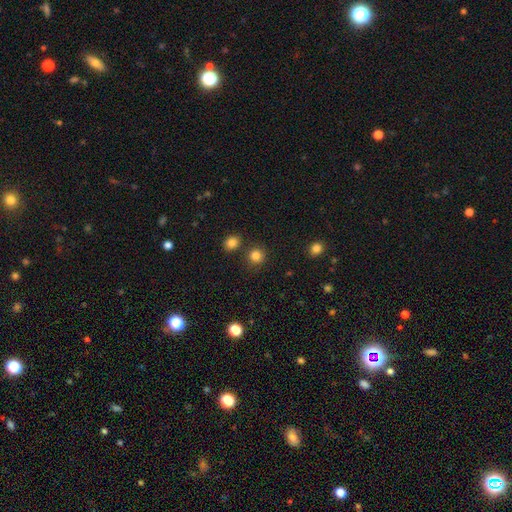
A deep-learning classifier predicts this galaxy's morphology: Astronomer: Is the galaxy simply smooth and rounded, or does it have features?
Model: smooth — 83%.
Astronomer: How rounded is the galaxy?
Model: round — 89%.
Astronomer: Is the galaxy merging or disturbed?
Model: none — 82%.